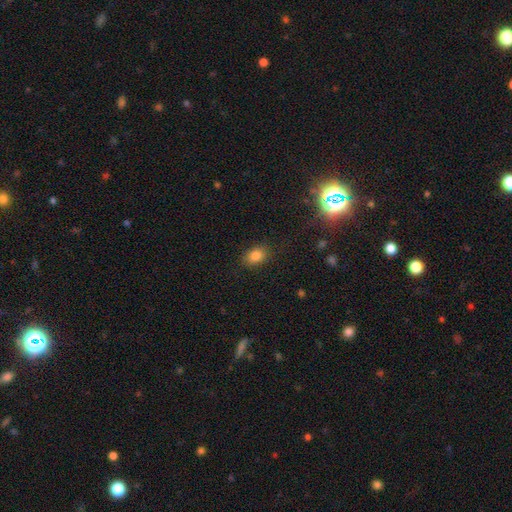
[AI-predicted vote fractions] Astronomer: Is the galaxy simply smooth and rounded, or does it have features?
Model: smooth — 82%.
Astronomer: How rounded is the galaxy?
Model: in between — 72%.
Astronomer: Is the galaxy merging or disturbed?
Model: none — 85%.